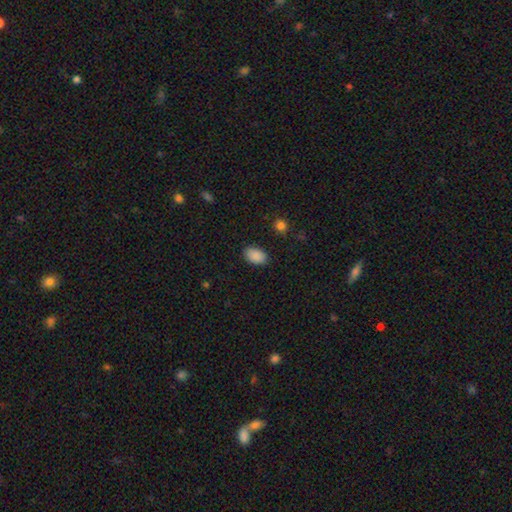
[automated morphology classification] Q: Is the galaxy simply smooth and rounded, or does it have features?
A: smooth — 90%.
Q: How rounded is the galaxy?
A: in between — 91%.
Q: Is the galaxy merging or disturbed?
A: none — 88%.